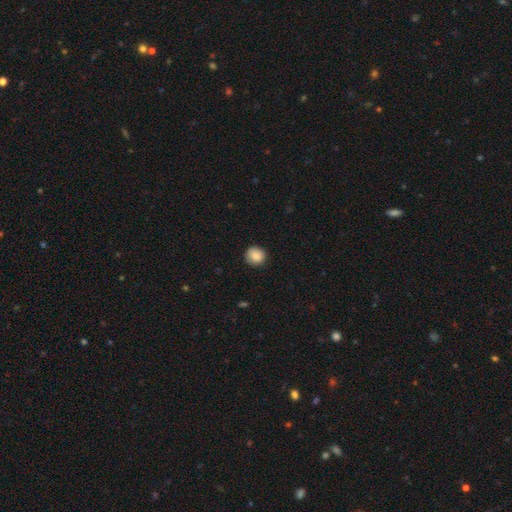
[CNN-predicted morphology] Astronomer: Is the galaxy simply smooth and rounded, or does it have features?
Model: smooth — 87%.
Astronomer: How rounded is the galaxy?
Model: round — 90%.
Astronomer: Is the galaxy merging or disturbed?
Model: none — 88%.